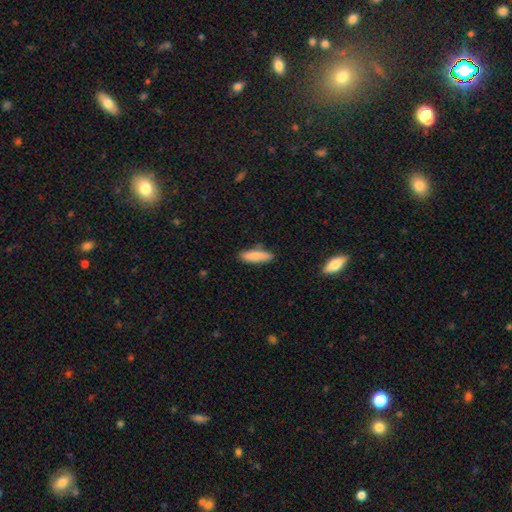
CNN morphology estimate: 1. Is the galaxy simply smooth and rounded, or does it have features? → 81% smooth, 13% featured or disk, 6% star or artifact.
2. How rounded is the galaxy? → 62% cigar-shaped, 36% in between, 2% round.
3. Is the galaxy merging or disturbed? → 82% none, 13% minor disturbance, 2% merger, 2% major disturbance.